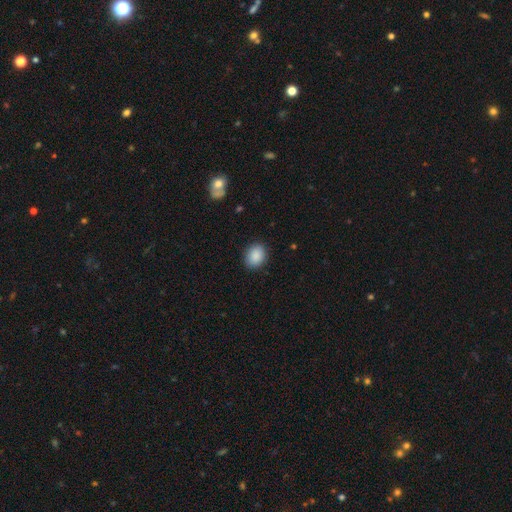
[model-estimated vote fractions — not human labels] This appears to be a smooth galaxy with no disk features (89%) that is in between round and cigar-shaped (55%). Merging: none (88%).